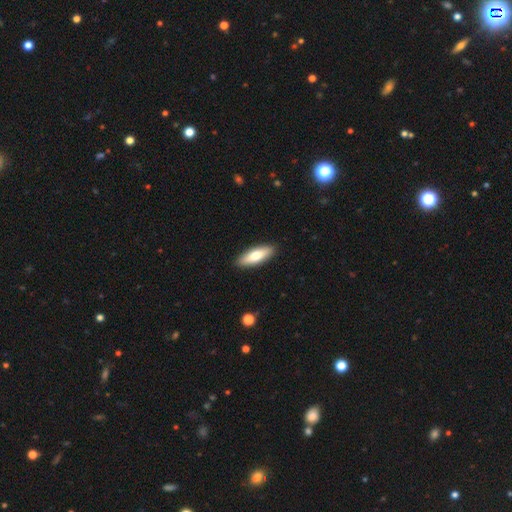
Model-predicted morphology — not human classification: smooth-or-featured: smooth: 69% | featured or disk: 25% | star or artifact: 6%
  how-rounded: in between: 58% | cigar-shaped: 40% | round: 2%
  merging: none: 90% | minor disturbance: 7% | major disturbance: 2% | merger: 1%